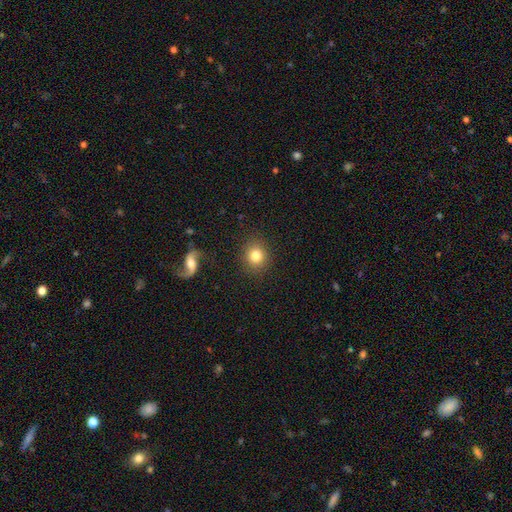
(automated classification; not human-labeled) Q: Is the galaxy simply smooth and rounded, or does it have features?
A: smooth — 82%.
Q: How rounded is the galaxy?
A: round — 86%.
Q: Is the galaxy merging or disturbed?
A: none — 89%.